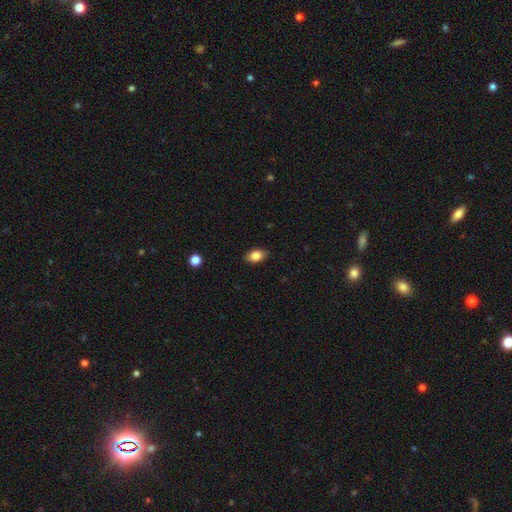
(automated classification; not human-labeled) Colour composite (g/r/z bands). It shows a smooth galaxy with no disk features (84%) that is in between round and cigar-shaped (83%). Merging: none (86%).